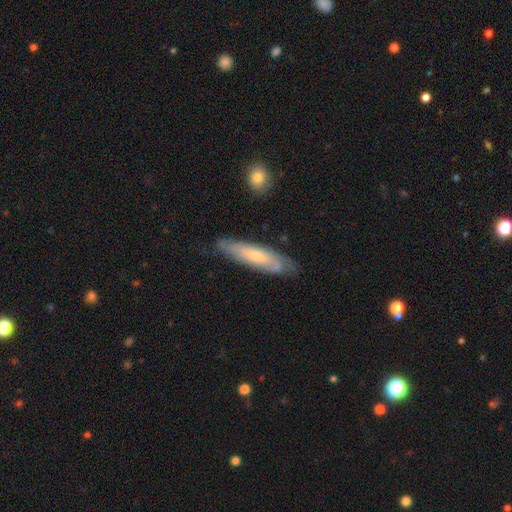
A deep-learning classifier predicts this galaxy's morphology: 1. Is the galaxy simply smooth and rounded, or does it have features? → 50% featured or disk, 44% smooth, 6% star or artifact.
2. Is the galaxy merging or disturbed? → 75% none, 19% minor disturbance, 4% major disturbance, 2% merger.